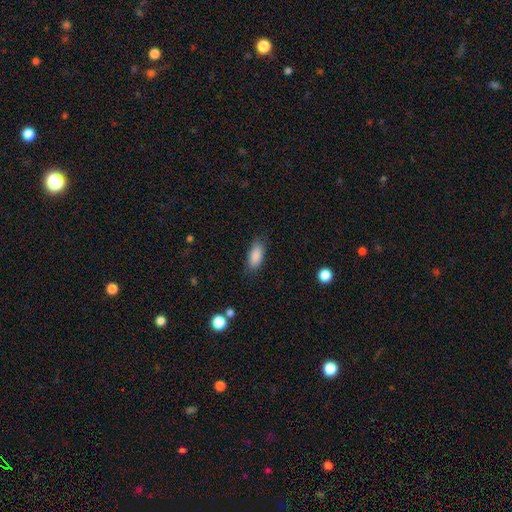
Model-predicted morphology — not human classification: A smooth galaxy with no disk features (88%) that is in between round and cigar-shaped (86%).

Vote fractions:
- Smooth or featured? smooth: 88% / star or artifact: 7% / featured or disk: 5%
- How rounded? in between: 86% / cigar-shaped: 11% / round: 3%
- Merging? none: 82% / minor disturbance: 13% / major disturbance: 4% / merger: 1%